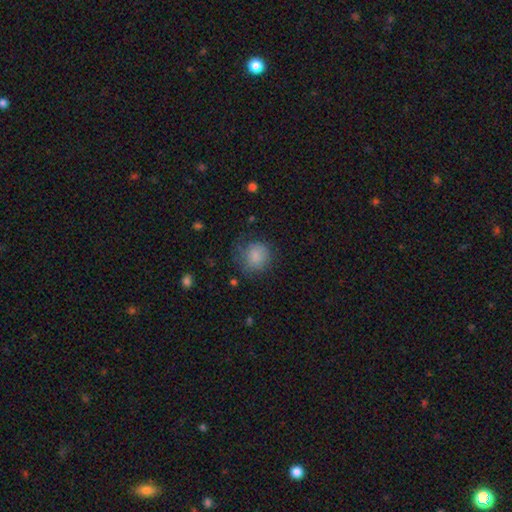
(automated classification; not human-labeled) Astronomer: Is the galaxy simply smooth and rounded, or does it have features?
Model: smooth — 81%.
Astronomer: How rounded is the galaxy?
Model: round — 86%.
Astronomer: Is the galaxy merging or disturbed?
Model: none — 59%.